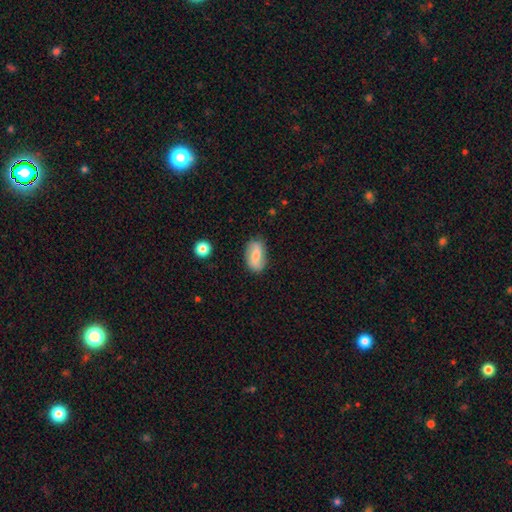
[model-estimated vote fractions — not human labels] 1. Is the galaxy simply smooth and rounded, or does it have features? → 57% smooth, 35% featured or disk, 8% star or artifact.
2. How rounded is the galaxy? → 90% in between, 6% round, 4% cigar-shaped.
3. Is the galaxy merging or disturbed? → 79% none, 16% minor disturbance, 4% major disturbance, 2% merger.